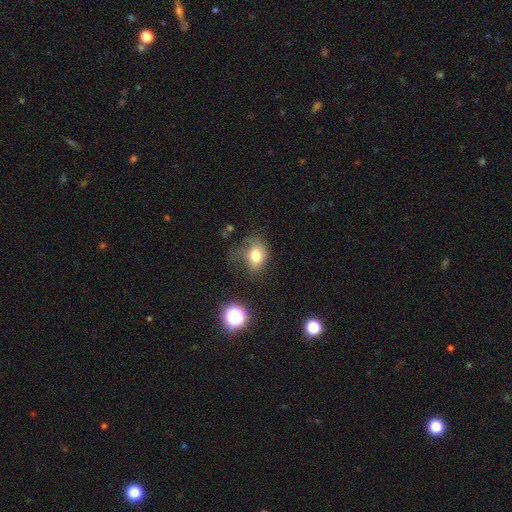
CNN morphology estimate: Q: Smooth or featured?
A: smooth (74%); runner-up: featured or disk (14%)
Q: How rounded?
A: in between (62%); runner-up: round (37%)
Q: Merging?
A: none (40%); runner-up: minor disturbance (30%)